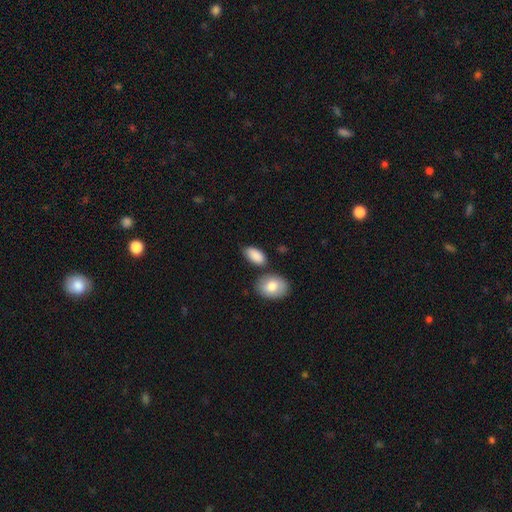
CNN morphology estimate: A smooth galaxy with no disk features (88%) that is in between round and cigar-shaped (93%). Merging: none (69%).